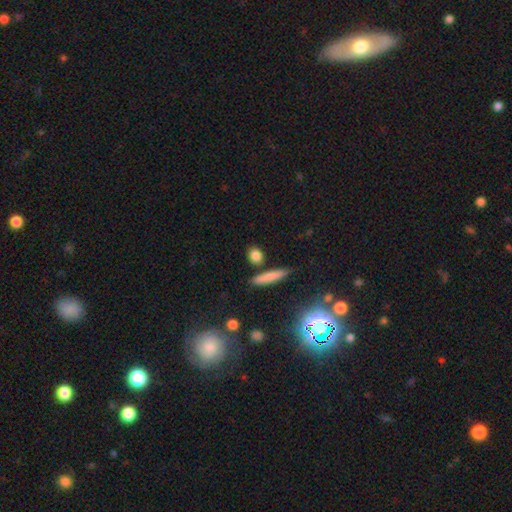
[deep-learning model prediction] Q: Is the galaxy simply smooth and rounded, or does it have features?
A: smooth — 83%.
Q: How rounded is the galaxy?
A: round — 54%.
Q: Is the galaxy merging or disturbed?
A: none — 80%.